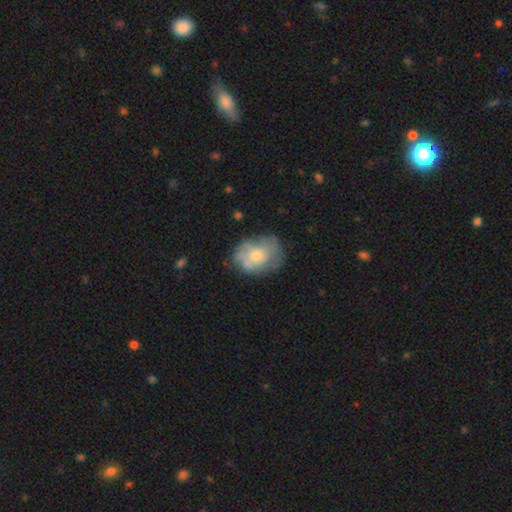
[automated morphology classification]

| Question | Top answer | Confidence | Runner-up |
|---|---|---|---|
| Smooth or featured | smooth | 53% | featured or disk (40%) |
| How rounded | in between | 56% | round (43%) |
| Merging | none | 51% | minor disturbance (29%) |